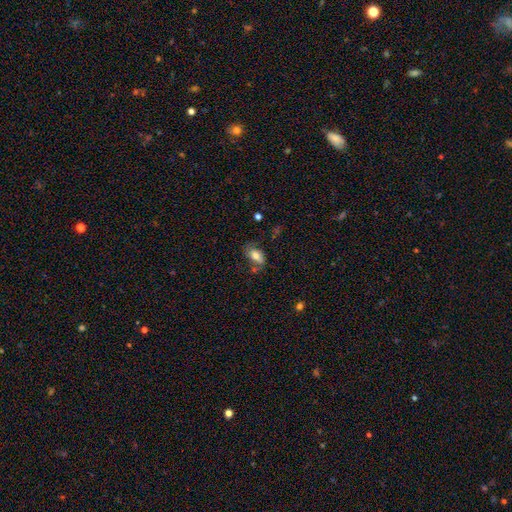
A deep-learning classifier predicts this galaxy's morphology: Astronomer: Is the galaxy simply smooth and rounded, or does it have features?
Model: smooth — 70%.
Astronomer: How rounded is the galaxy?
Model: in between — 90%.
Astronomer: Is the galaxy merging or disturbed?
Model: none — 51% (runner-up: minor disturbance, 27%).